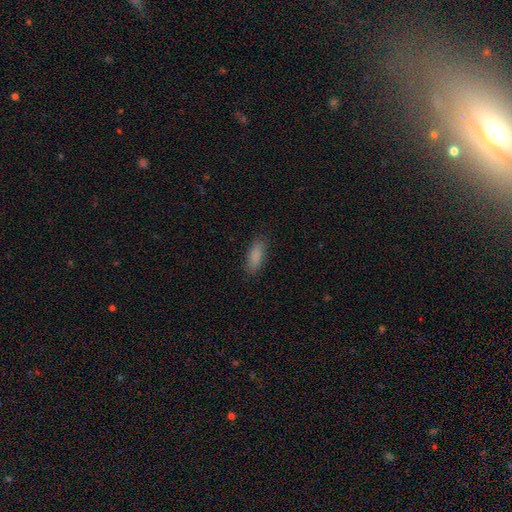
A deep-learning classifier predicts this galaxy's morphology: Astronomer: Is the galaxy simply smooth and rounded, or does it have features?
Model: smooth — 87%.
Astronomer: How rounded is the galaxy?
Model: in between — 75%.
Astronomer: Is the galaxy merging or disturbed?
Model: none — 86%.